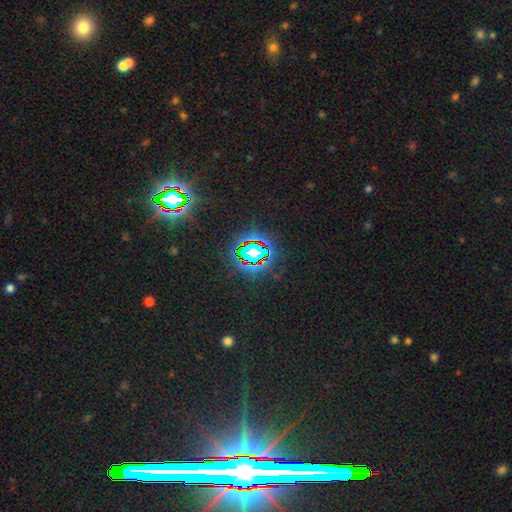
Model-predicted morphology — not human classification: Smooth or featured? star or artifact (74%)